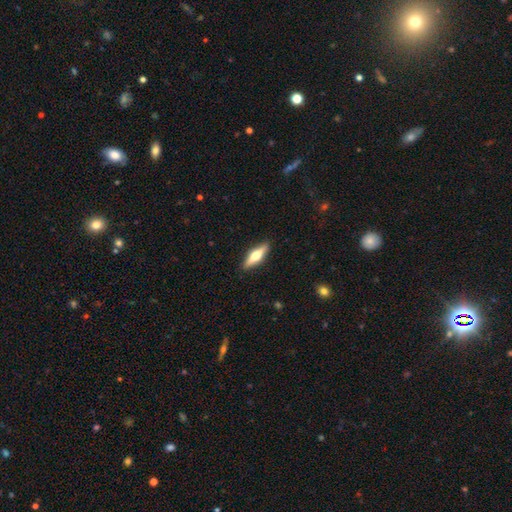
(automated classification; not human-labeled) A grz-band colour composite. It shows a smooth galaxy with no disk features (49%). Merging: none (89%).